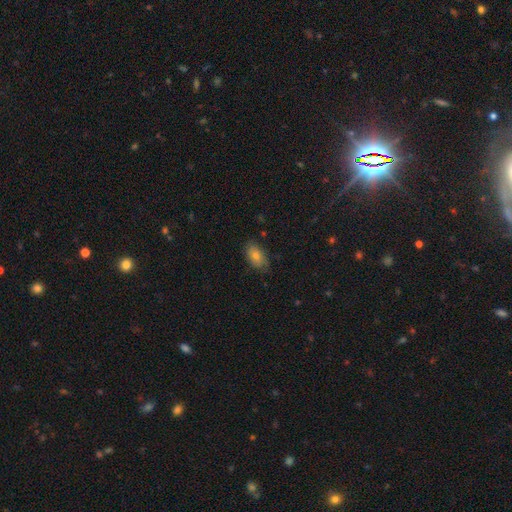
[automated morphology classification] A smooth galaxy with no disk features (68%) that is in between round and cigar-shaped (90%).

Vote fractions:
- Smooth or featured? smooth: 68% / featured or disk: 22% / star or artifact: 10%
- How rounded? in between: 90% / round: 7% / cigar-shaped: 3%
- Merging? none: 76% / minor disturbance: 19% / major disturbance: 4% / merger: 1%